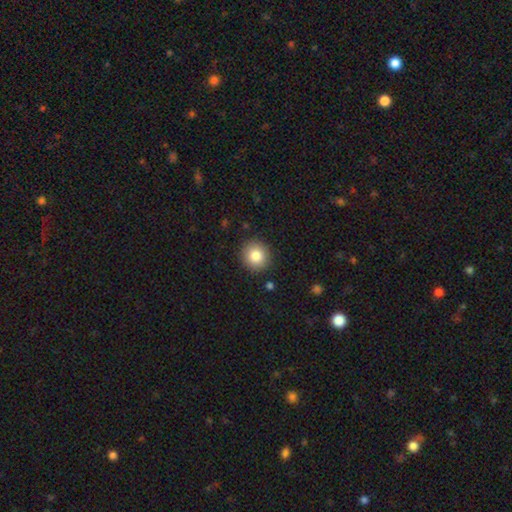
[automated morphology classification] The model was most divided on "smooth or featured": smooth: 83%, star or artifact: 10%, featured or disk: 7%. More confident: how rounded — round (92%); merging — none (91%).